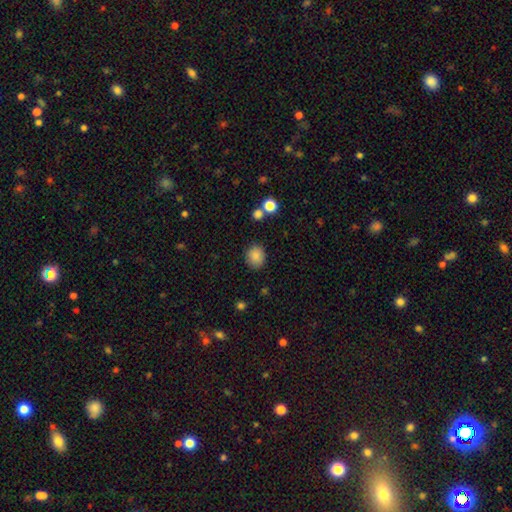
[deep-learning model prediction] A smooth galaxy with no disk features (86%) that is round (67%). Merging: none (83%).